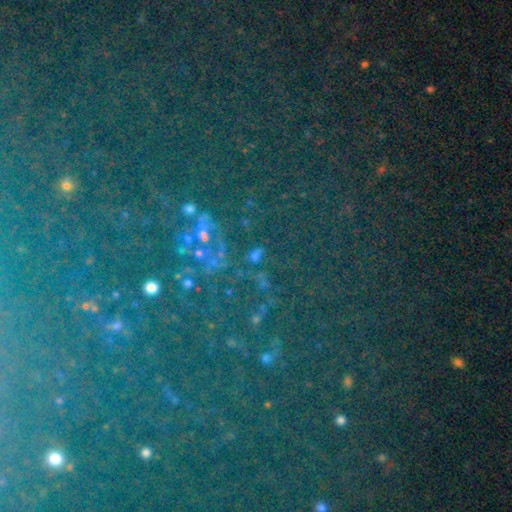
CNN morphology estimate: This is clearly a star or artifact rather than a galaxy (81%).